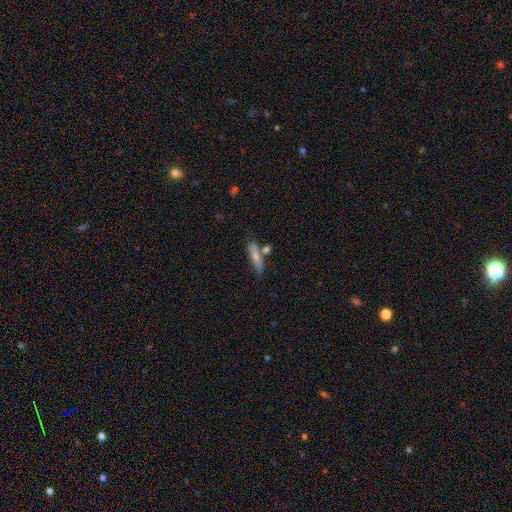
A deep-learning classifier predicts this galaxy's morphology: Overall: smooth (70%). How rounded: cigar-shaped (70%). Merging: none (58%; merger 19%).